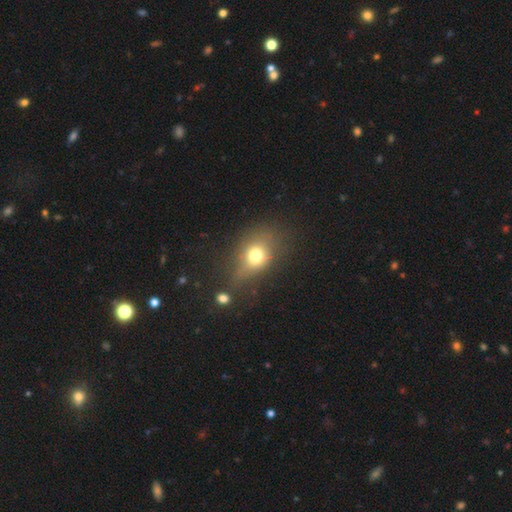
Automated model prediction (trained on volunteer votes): Smooth or featured? smooth (70%)
How rounded? in between (57%)
Merging? none (56%)